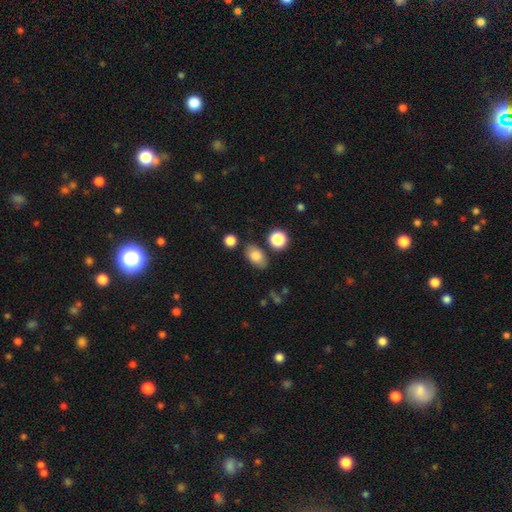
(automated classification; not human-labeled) Smooth or featured: smooth — 80% (featured or disk — 10%)
How rounded: in between — 85% (round — 13%)
Merging: none — 78% (minor disturbance — 13%)